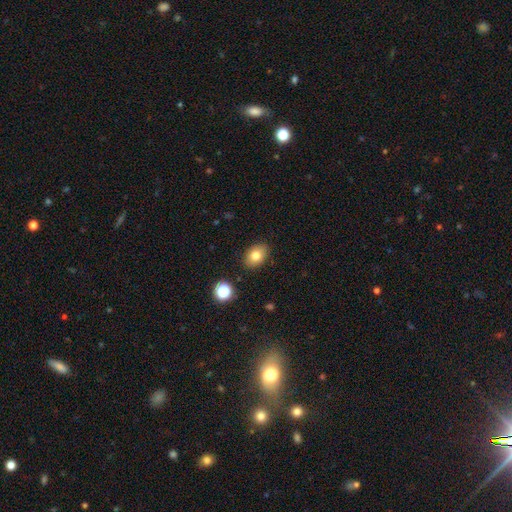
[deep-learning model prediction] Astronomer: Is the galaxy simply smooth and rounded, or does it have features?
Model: smooth — 79%.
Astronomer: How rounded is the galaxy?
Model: in between — 73%.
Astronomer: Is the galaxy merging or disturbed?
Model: none — 86%.